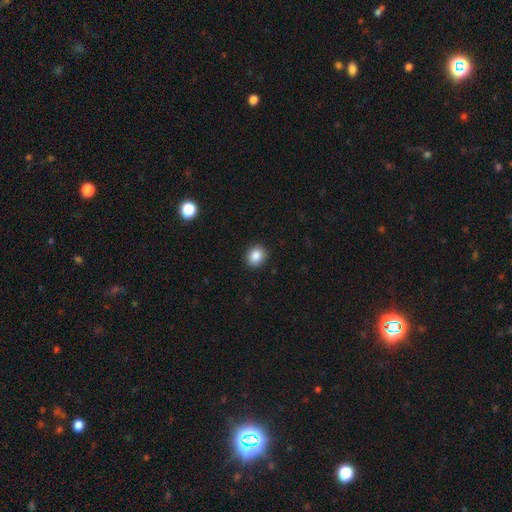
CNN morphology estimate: This appears to be a smooth galaxy with no disk features (87%) that is round (77%). Merging: none (92%).